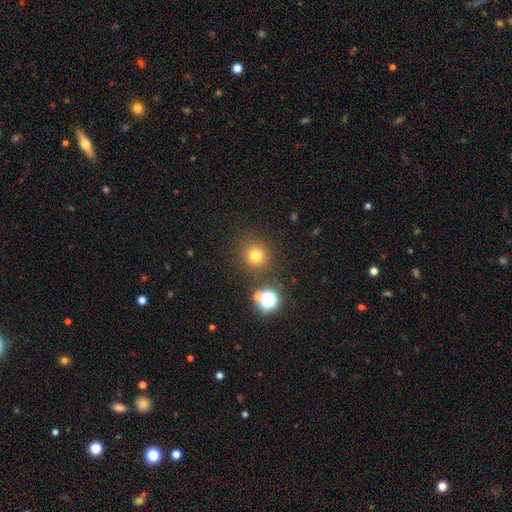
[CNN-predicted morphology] A smooth galaxy with no disk features (74%) that is round (93%).

Vote fractions:
- Smooth or featured? smooth: 74% / star or artifact: 19% / featured or disk: 7%
- How rounded? round: 93% / in between: 6% / cigar-shaped: 1%
- Merging? none: 86% / minor disturbance: 7% / merger: 4% / major disturbance: 3%